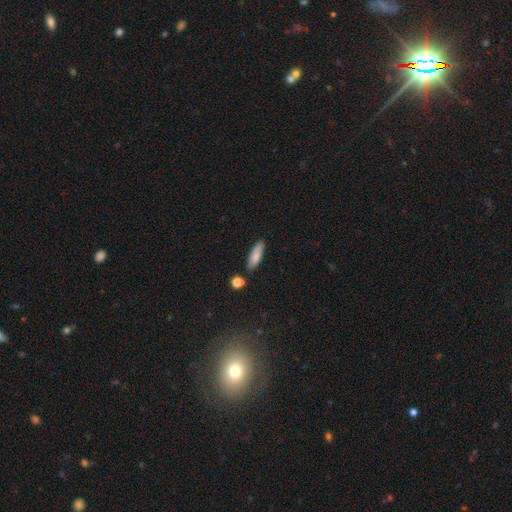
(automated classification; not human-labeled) Q: Smooth or featured?
A: smooth (82%); runner-up: featured or disk (11%)
Q: How rounded?
A: cigar-shaped (58%); runner-up: in between (40%)
Q: Merging?
A: none (82%); runner-up: minor disturbance (11%)